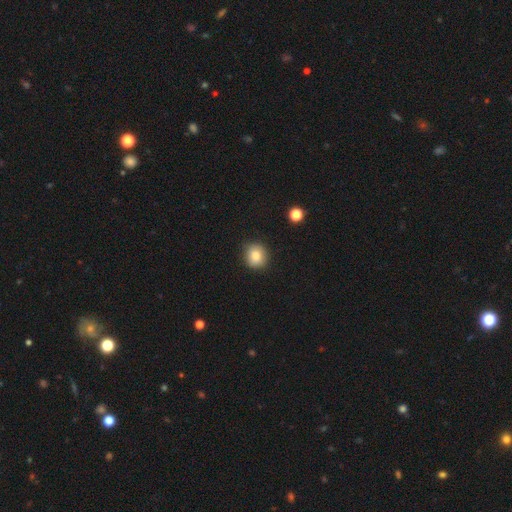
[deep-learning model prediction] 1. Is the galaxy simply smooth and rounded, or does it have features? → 83% smooth, 10% star or artifact, 7% featured or disk.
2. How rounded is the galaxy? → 86% round, 13% in between, 1% cigar-shaped.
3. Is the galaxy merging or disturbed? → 89% none, 8% minor disturbance, 2% major disturbance, 1% merger.